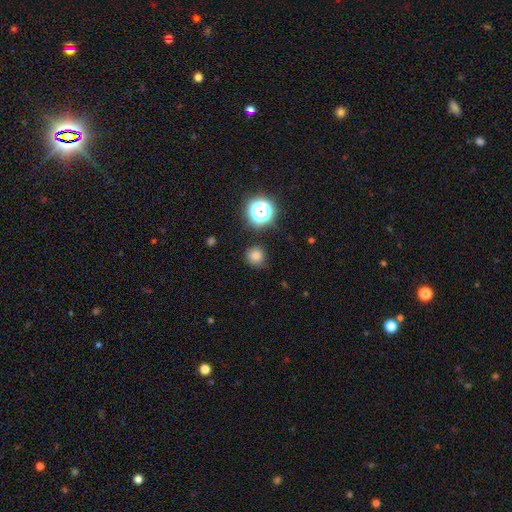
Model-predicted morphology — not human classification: Q: Smooth or featured?
A: smooth (78%); runner-up: star or artifact (17%)
Q: How rounded?
A: round (93%); runner-up: in between (6%)
Q: Merging?
A: none (86%); runner-up: minor disturbance (9%)